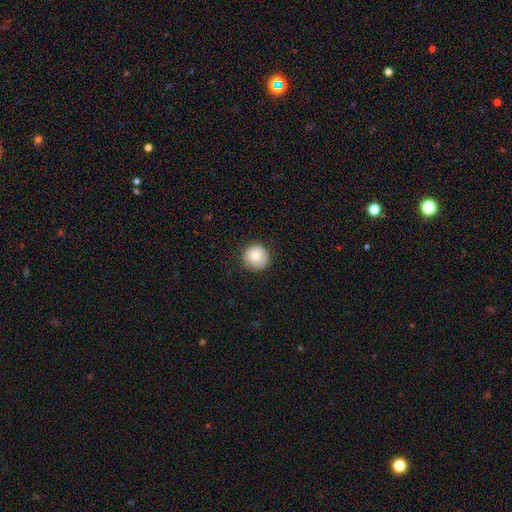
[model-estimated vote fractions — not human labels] The model was most divided on "smooth or featured": smooth: 76%, featured or disk: 16%, star or artifact: 9%. More confident: how rounded — round (95%); merging — none (86%).